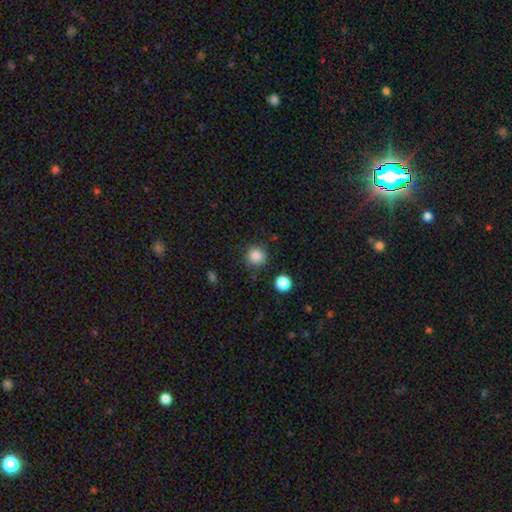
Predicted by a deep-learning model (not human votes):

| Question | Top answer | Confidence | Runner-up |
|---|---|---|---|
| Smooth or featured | smooth | 86% | star or artifact (11%) |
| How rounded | round | 94% | in between (5%) |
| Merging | none | 86% | minor disturbance (8%) |